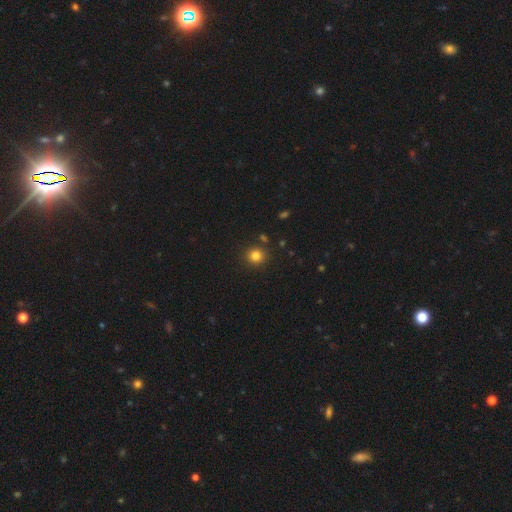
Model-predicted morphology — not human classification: Smooth or featured? smooth (82%)
How rounded? round (90%)
Merging? none (88%)